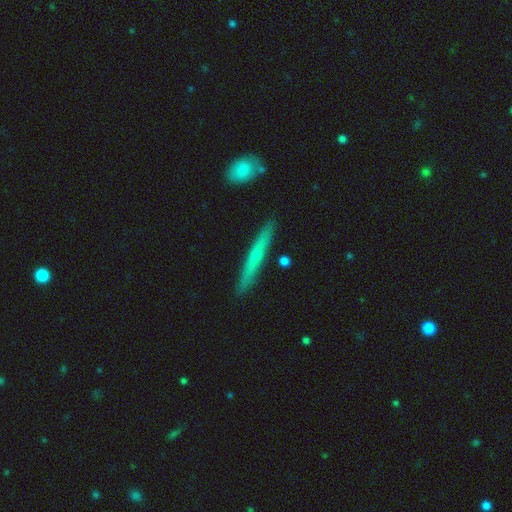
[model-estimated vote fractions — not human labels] Smooth or featured? smooth (48%)
Merging? none (89%)